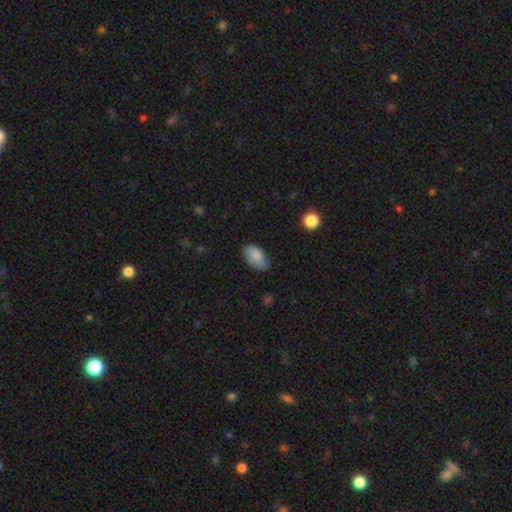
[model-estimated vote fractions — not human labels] The model was most divided on "merging": none: 71%, minor disturbance: 23%, major disturbance: 4%, merger: 1%. More confident: how rounded — in between (94%); smooth or featured — smooth (84%).